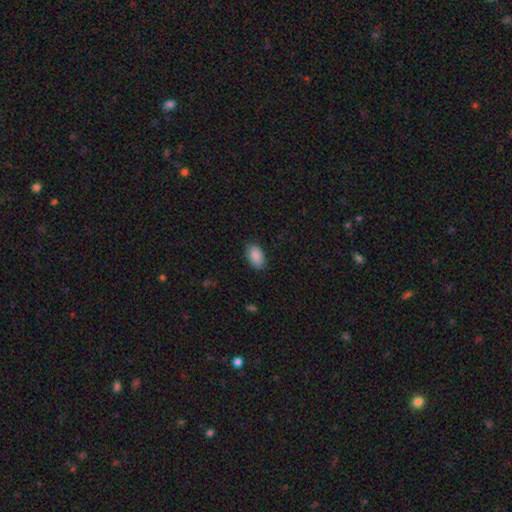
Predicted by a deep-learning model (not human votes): This appears to be a smooth galaxy with no disk features (90%) that is in between round and cigar-shaped (93%). Merging: none (84%).